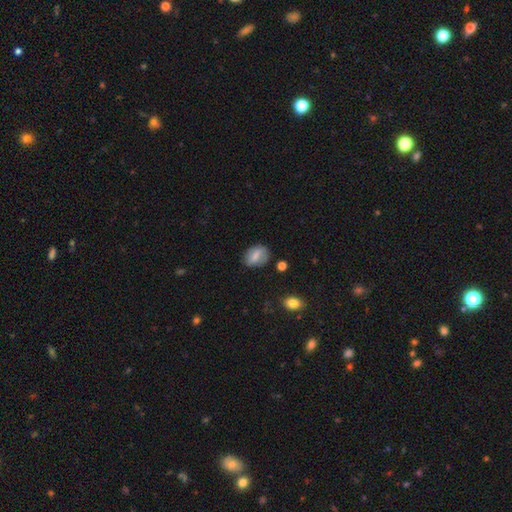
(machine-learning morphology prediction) Overall: smooth (67%). How rounded: in between (75%). Merging: none (75%).